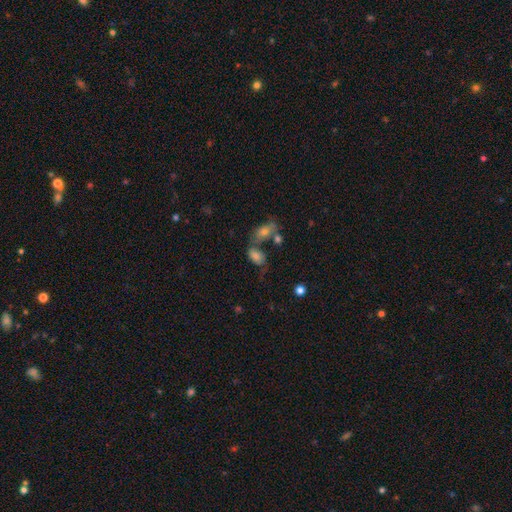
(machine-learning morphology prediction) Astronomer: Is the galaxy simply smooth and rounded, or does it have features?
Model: smooth — 70%.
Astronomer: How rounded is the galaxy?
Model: in between — 87%.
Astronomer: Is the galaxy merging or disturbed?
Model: none — 36% (runner-up: merger, 33%).